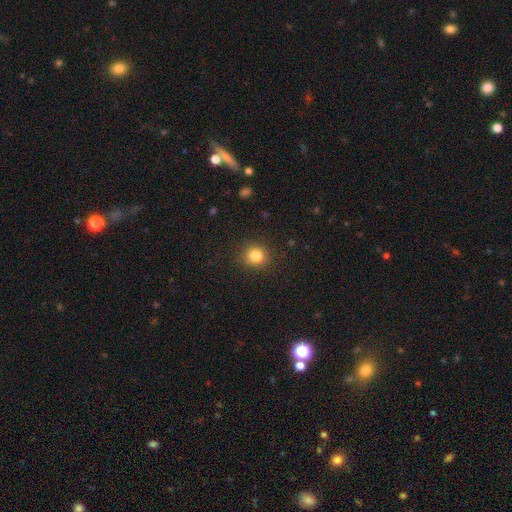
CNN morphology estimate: Q: Smooth or featured?
A: smooth (83%); runner-up: star or artifact (12%)
Q: How rounded?
A: round (86%); runner-up: in between (13%)
Q: Merging?
A: none (89%); runner-up: minor disturbance (7%)